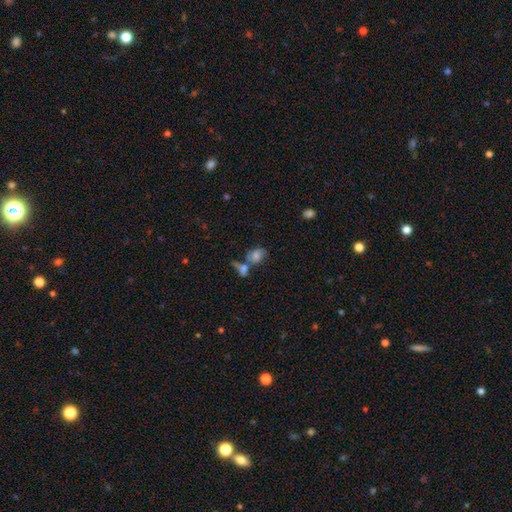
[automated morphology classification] smooth-or-featured: smooth: 58% | featured or disk: 28% | star or artifact: 14%
  how-rounded: in between: 61% | round: 36% | cigar-shaped: 3%
  merging: merger: 41% | none: 36% | minor disturbance: 14% | major disturbance: 9%